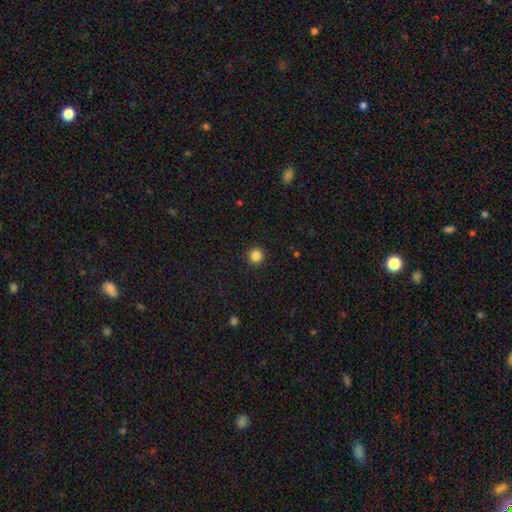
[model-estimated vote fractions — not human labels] smooth 86%, star or artifact 11%, featured or disk 3%. Down the decision tree: how rounded — round (95%); merging — none (93%).